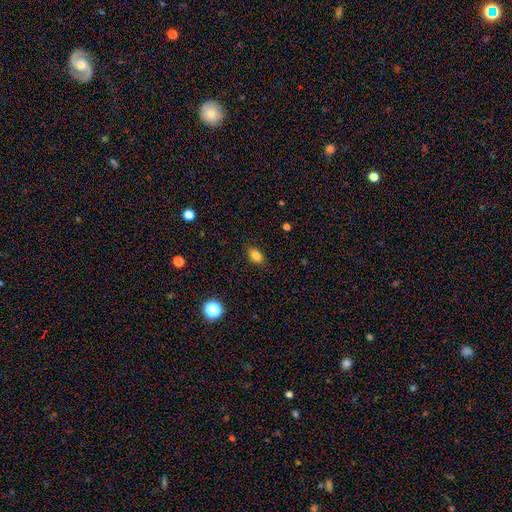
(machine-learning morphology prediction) smooth_or_featured: smooth (p=0.84) [alt: star or artifact p=0.11]
how_rounded: in between (p=0.83) [alt: round p=0.16]
merging: none (p=0.87) [alt: minor disturbance p=0.10]